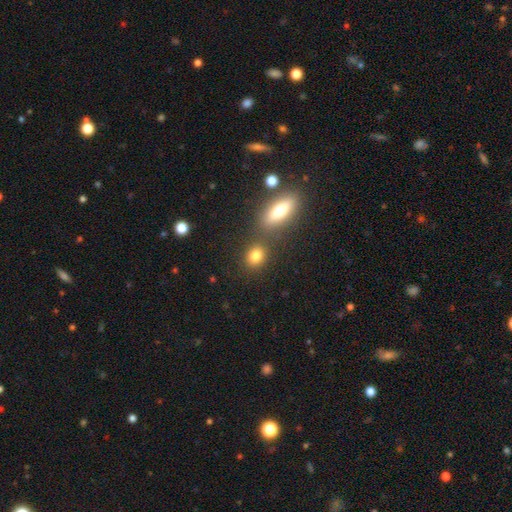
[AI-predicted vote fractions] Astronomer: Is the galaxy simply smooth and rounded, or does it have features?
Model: smooth — 80%.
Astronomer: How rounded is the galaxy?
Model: round — 54% (runner-up: in between, 43%).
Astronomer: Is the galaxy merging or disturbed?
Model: none — 70%.